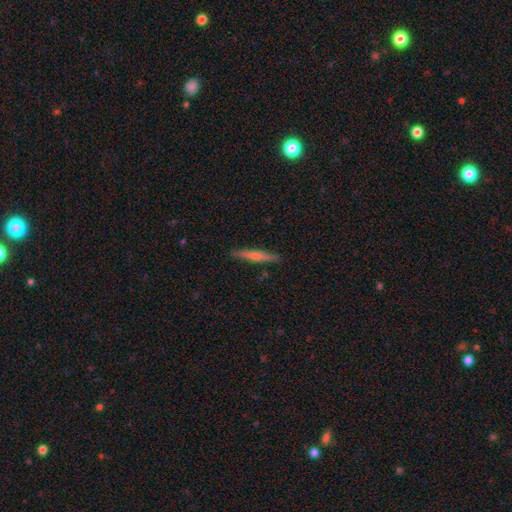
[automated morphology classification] Smooth or featured: smooth — 53% (featured or disk — 42%)
How rounded: cigar-shaped — 94% (in between — 4%)
Merging: none — 90% (minor disturbance — 7%)